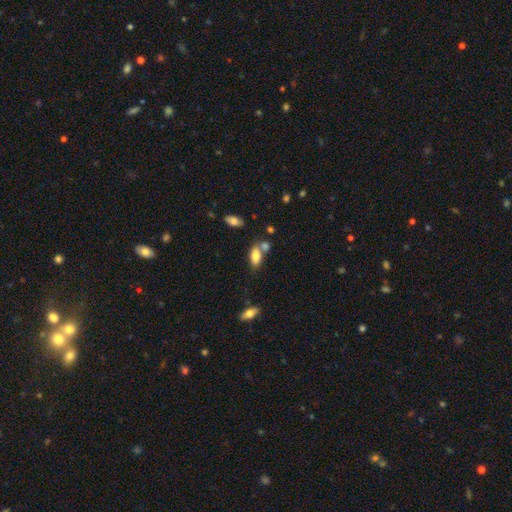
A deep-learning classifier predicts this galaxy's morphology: The model was most divided on "merging": none: 49%, merger: 32%, minor disturbance: 14%, major disturbance: 5%. More confident: how rounded — in between (90%); smooth or featured — smooth (80%).